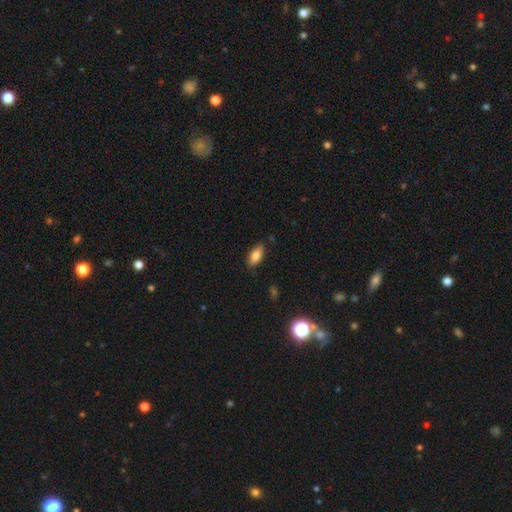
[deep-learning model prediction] This appears to be a smooth galaxy with no disk features (80%) that is in between round and cigar-shaped (84%). Merging: none (84%).